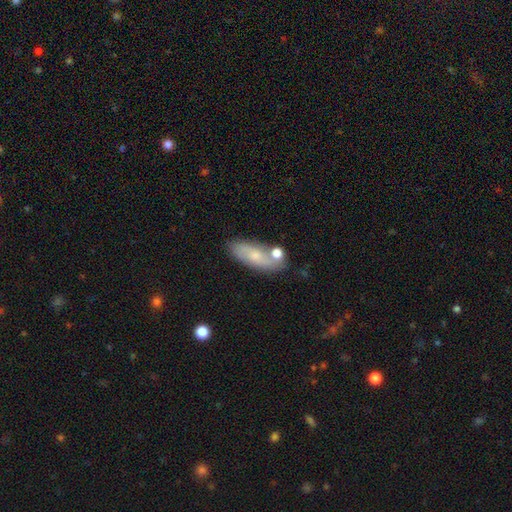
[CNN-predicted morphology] A smooth galaxy with no disk features (58%) that is in between round and cigar-shaped (72%).

Vote fractions:
- Smooth or featured? smooth: 58% / featured or disk: 34% / star or artifact: 8%
- How rounded? in between: 72% / cigar-shaped: 24% / round: 4%
- Merging? none: 66% / minor disturbance: 17% / merger: 13% / major disturbance: 5%